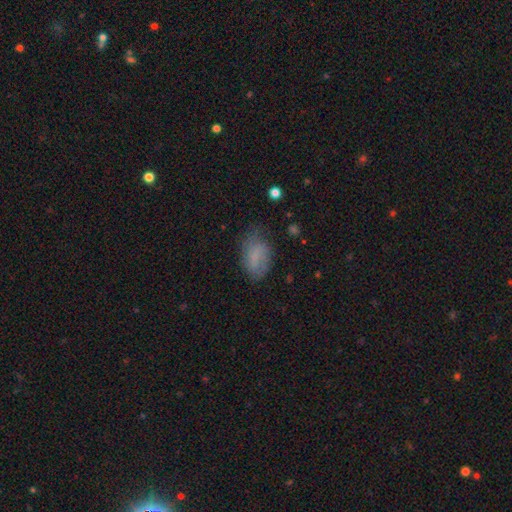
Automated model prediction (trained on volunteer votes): smooth-or-featured: smooth: 71% | featured or disk: 20% | star or artifact: 9%
  how-rounded: in between: 89% | round: 8% | cigar-shaped: 2%
  merging: none: 60% | minor disturbance: 28% | major disturbance: 11% | merger: 2%